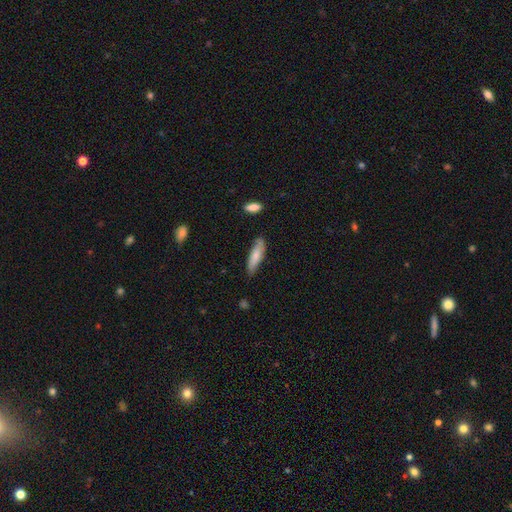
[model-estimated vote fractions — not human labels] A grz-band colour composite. It shows a smooth galaxy with no disk features (75%) that is cigar-shaped (62%). Merging: none (73%).